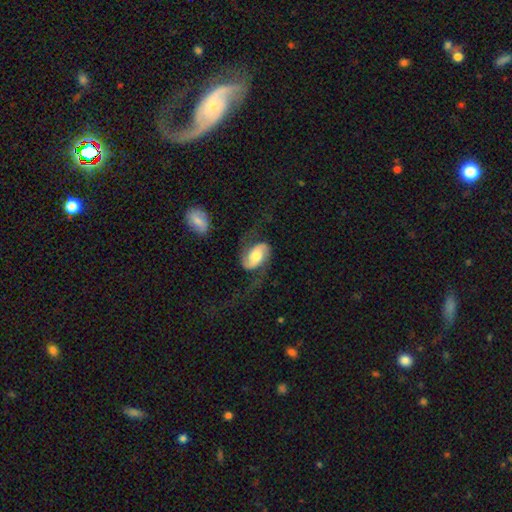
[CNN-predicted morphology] Smooth or featured? Predicted: featured or disk (p=0.78). Edge-on disk? Predicted: no (p=0.96). Bar? Predicted: no (p=0.46). Spiral arms? Predicted: yes (p=0.94). Spiral winding? Predicted: loose (p=0.53). Spiral arm count? Predicted: 2 (p=0.92). Bulge size? Predicted: moderate (p=0.63). Merging? Predicted: none (p=0.58).